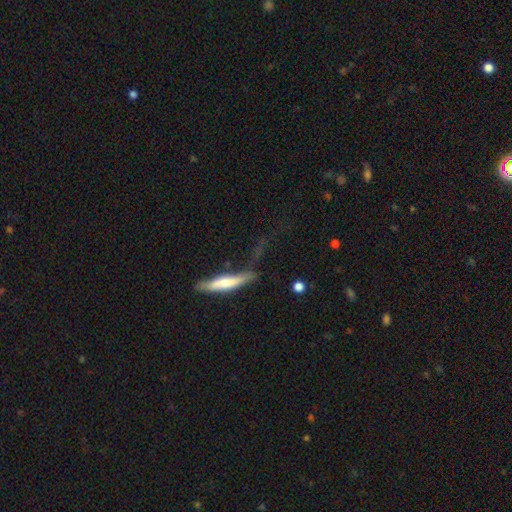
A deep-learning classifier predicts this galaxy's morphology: Smooth or featured? Predicted: featured or disk (p=0.51). Edge-on disk? Predicted: yes (p=0.77). Merging? Predicted: none (p=0.37).